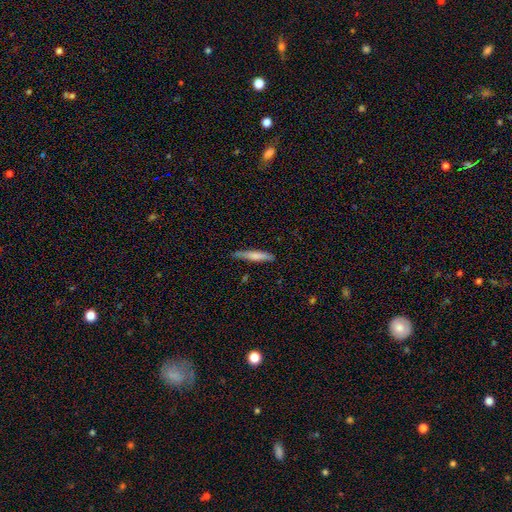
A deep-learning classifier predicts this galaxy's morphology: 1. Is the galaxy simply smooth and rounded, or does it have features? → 71% smooth, 24% featured or disk, 6% star or artifact.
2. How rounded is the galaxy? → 90% cigar-shaped, 8% in between, 1% round.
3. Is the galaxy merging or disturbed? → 80% none, 16% minor disturbance, 3% major disturbance, 2% merger.